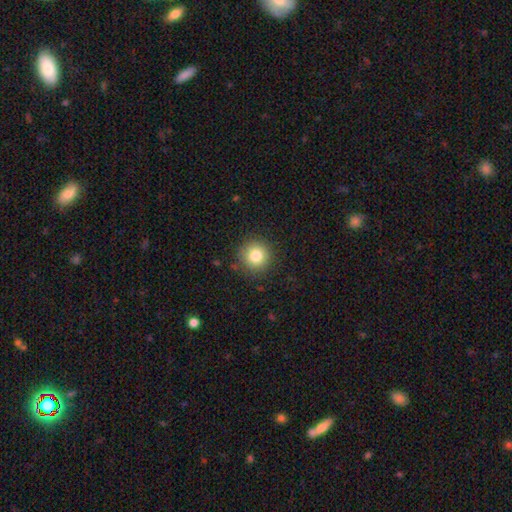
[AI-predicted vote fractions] Smooth or featured? Predicted: smooth (p=0.82). How rounded? Predicted: round (p=0.95). Merging? Predicted: none (p=0.89).